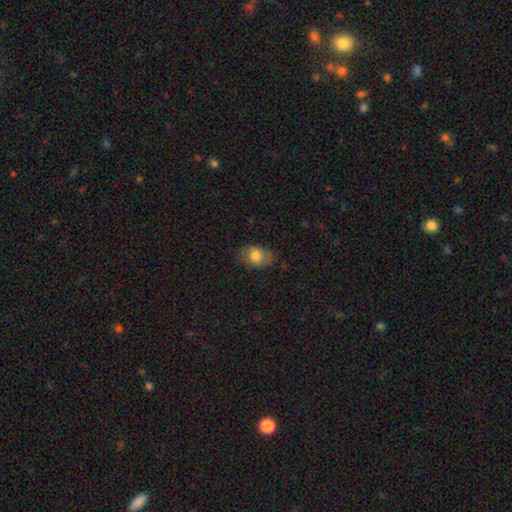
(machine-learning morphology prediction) Smooth or featured? Predicted: smooth (p=0.76). How rounded? Predicted: in between (p=0.79). Merging? Predicted: none (p=0.74).